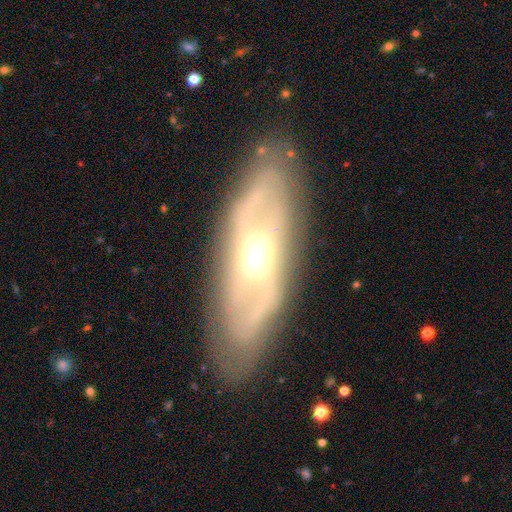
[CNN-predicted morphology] smooth_or_featured: featured or disk (p=0.71) [alt: smooth p=0.22]
disk_edge_on: no (p=0.78) [alt: yes p=0.22]
bar: no (p=0.47) [alt: weak p=0.35]
has_spiral_arms: yes (p=0.66) [alt: no p=0.34]
bulge_size: moderate (p=0.64) [alt: large p=0.18]
merging: none (p=0.72) [alt: minor disturbance p=0.17]